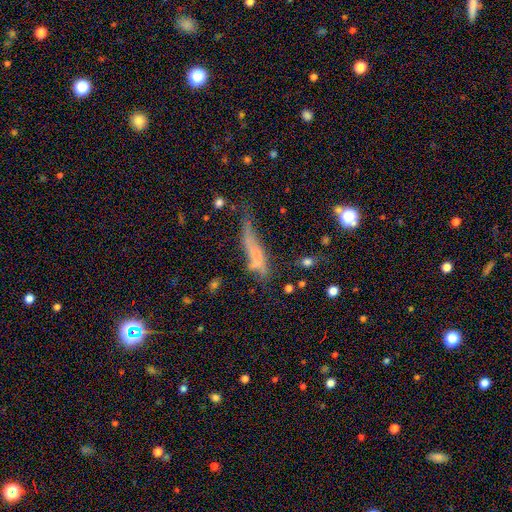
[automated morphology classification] This is possibly a smooth galaxy (53%). How rounded: likely cigar-shaped (71%). Merging: marginally none (32%).